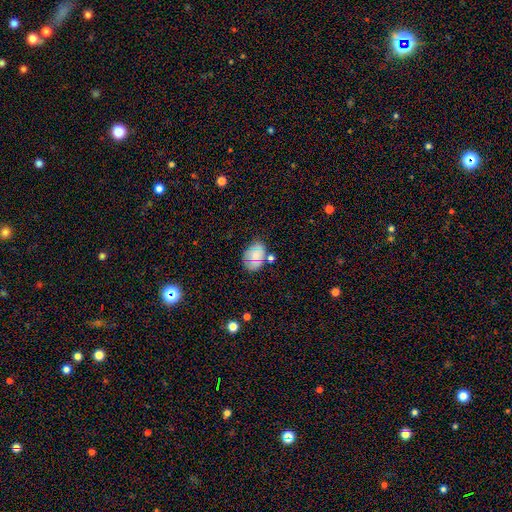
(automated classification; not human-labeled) Morphology: type=smooth (58%); roundness=in between (73%); merging=none (62%).